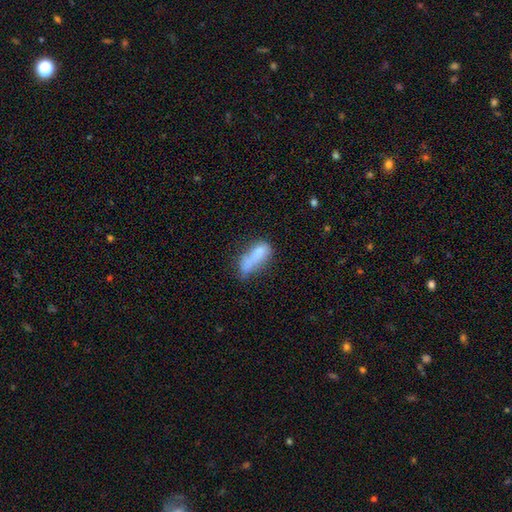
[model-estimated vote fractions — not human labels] Smooth or featured? Predicted: smooth (p=0.69). How rounded? Predicted: in between (p=0.67). Merging? Predicted: none (p=0.28).